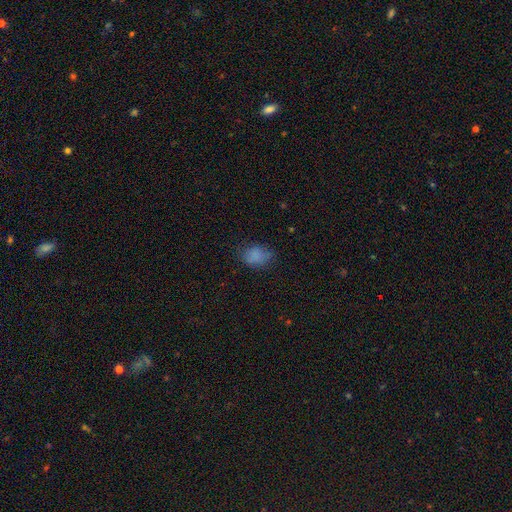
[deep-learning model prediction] Morphology: type=smooth (82%); roundness=in between (63%); merging=none (68%).